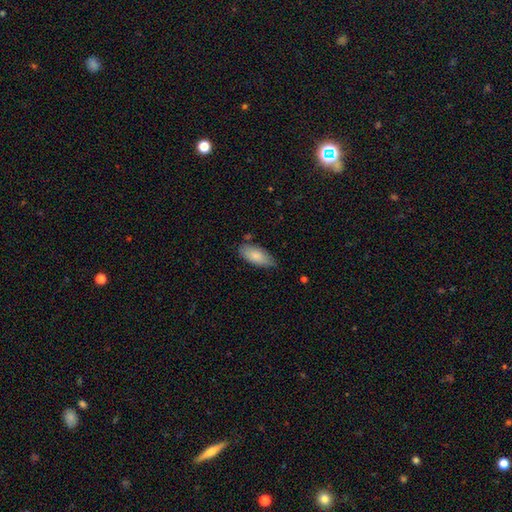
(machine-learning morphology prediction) Smooth or featured? Predicted: smooth (p=0.83). How rounded? Predicted: in between (p=0.86). Merging? Predicted: none (p=0.70).